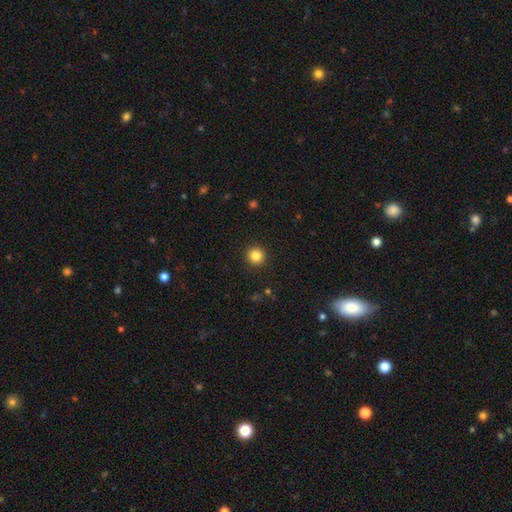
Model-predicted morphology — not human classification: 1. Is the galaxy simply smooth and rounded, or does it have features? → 84% smooth, 11% star or artifact, 5% featured or disk.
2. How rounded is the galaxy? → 95% round, 4% in between, 1% cigar-shaped.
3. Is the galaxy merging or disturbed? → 92% none, 5% minor disturbance, 2% major disturbance, 1% merger.